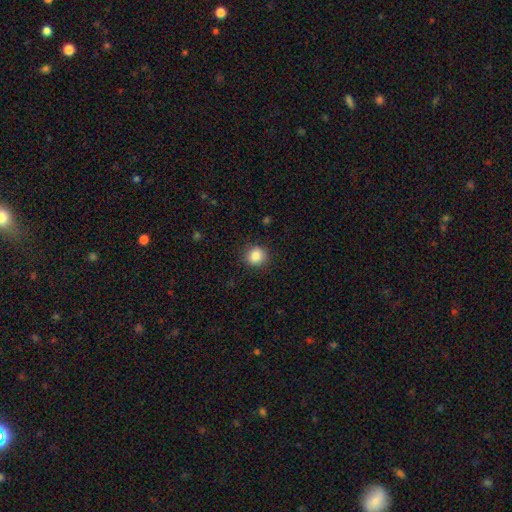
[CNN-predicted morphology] Q: Smooth or featured?
A: smooth (86%); runner-up: star or artifact (10%)
Q: How rounded?
A: round (87%); runner-up: in between (12%)
Q: Merging?
A: none (89%); runner-up: minor disturbance (8%)